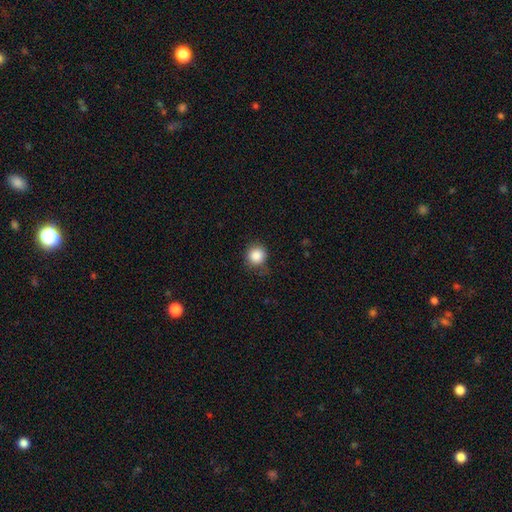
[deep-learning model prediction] Smooth or featured? Predicted: smooth (p=0.87). How rounded? Predicted: round (p=0.91). Merging? Predicted: none (p=0.78).